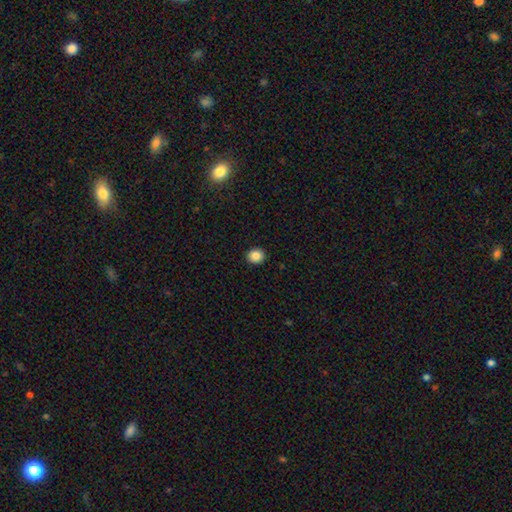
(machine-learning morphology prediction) A smooth galaxy with no disk features (86%) that is round (82%). Merging: none (92%).